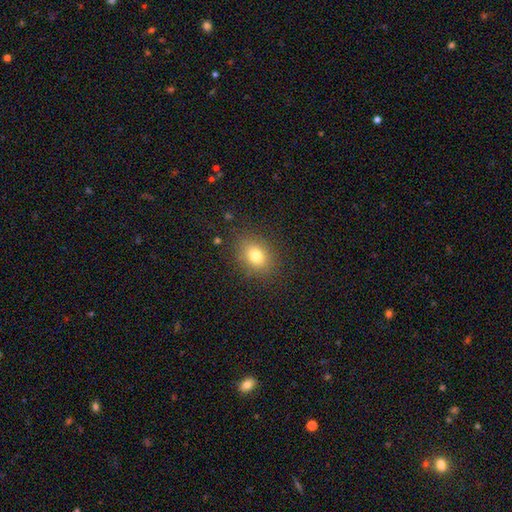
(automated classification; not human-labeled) Overall: smooth (78%). How rounded: in between (62%; round 37%). Merging: none (85%).